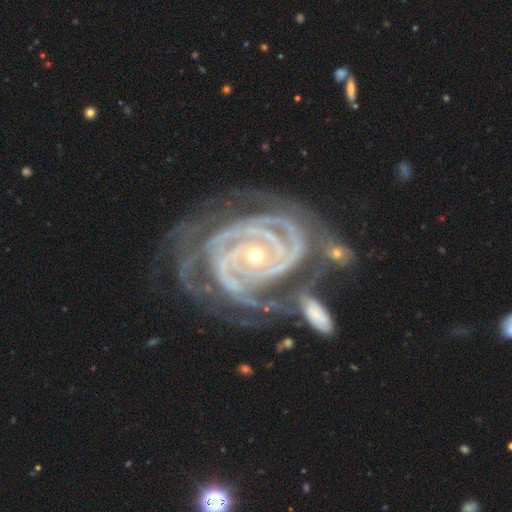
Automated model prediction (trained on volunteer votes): A featured or disk galaxy (93%) with no bar (68%), 3 (28%) tight (81%) spiral arms (99%) and a small central bulge (63%).

Vote fractions:
- Smooth or featured? featured or disk: 93% / star or artifact: 4% / smooth: 2%
- Edge-on disk? no: 98% / yes: 2%
- Bar? no: 68% / weak: 19% / strong: 14%
- Spiral arms? yes: 99% / no: 1%
- Spiral winding? tight: 81% / medium: 17% / loose: 2%
- Spiral arm count? 3: 28% / 4: 23% / 2: 18% / can't tell: 13% / more than 4: 10% / 1: 7%
- Bulge size? small: 63% / moderate: 34% / large: 1% / none: 1% / dominant: 1%
- Merging? none: 41% / minor disturbance: 23% / merger: 19% / major disturbance: 18%